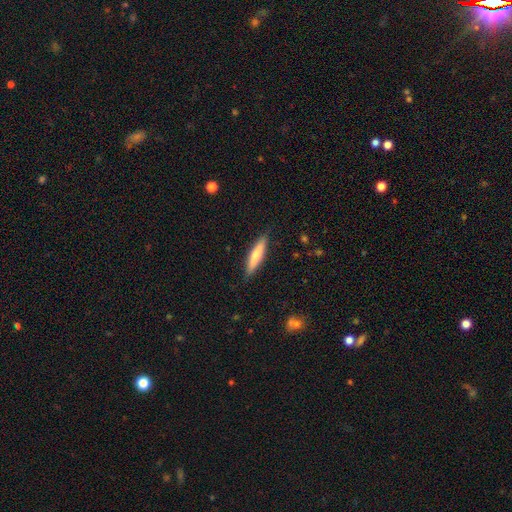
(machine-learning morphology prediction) This appears to be a smooth galaxy with no disk features (69%) that is cigar-shaped (83%). Merging: none (88%).